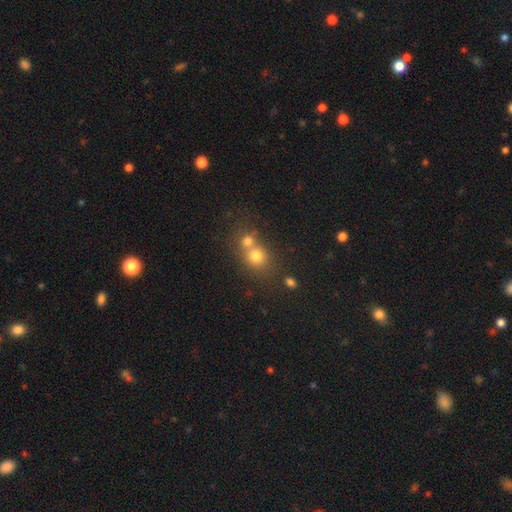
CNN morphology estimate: This appears to be a smooth galaxy with no disk features (73%) that is round (80%). Merging: merger (53%).